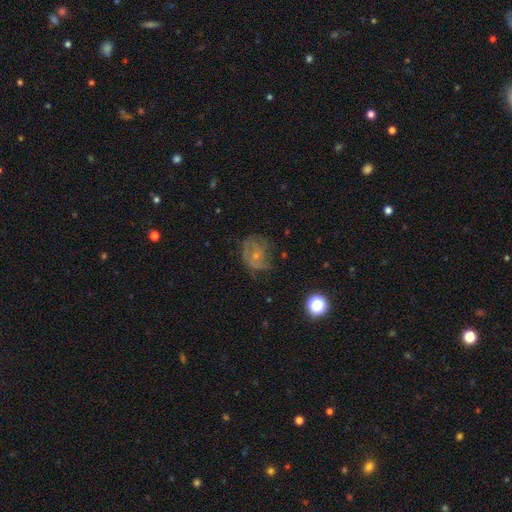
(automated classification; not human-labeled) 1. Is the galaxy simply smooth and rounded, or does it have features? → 54% featured or disk, 34% smooth, 12% star or artifact.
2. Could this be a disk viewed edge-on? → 97% no, 3% yes.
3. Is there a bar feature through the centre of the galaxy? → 78% no, 19% weak, 3% strong.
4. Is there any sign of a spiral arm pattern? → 65% yes, 35% no.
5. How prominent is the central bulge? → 65% small, 27% moderate, 6% none, 1% large, 1% dominant.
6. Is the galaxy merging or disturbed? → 52% none, 27% minor disturbance, 20% major disturbance, 2% merger.